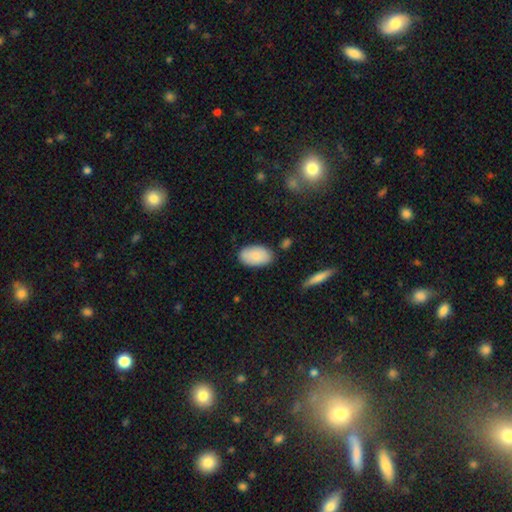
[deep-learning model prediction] The model was most divided on "merging": none: 81%, minor disturbance: 14%, major disturbance: 3%, merger: 3%. More confident: how rounded — in between (94%); smooth or featured — smooth (82%).